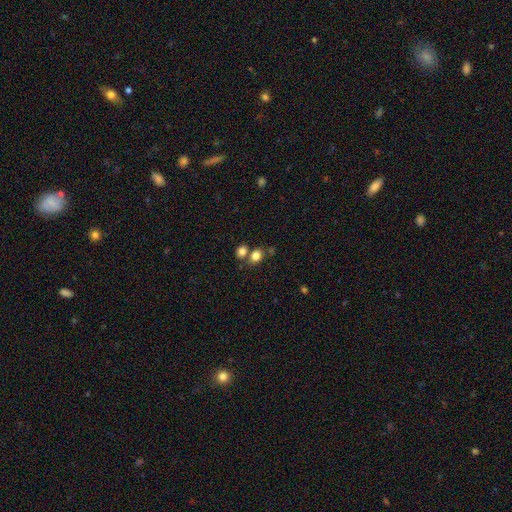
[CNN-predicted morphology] smooth 81%, star or artifact 12%, featured or disk 7%. Down the decision tree: how rounded — round (50%); merging — none (55%).